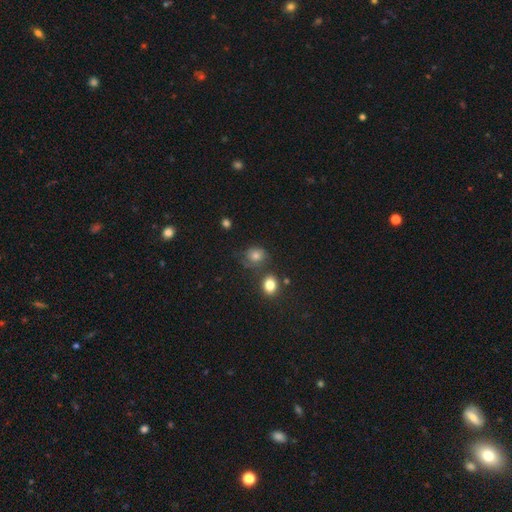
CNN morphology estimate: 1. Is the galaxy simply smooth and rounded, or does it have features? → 64% smooth, 22% featured or disk, 14% star or artifact.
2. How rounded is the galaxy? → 69% round, 30% in between, 1% cigar-shaped.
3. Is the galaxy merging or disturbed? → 60% none, 22% minor disturbance, 11% major disturbance, 8% merger.